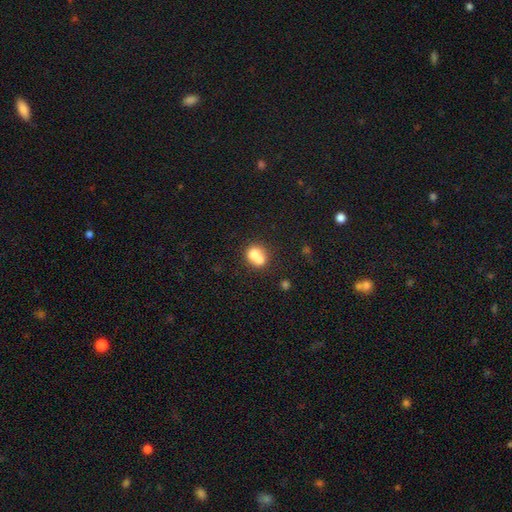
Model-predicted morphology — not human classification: A smooth galaxy with no disk features (68%) that is round (74%).

Vote fractions:
- Smooth or featured? smooth: 68% / featured or disk: 22% / star or artifact: 10%
- How rounded? round: 74% / in between: 25% / cigar-shaped: 1%
- Merging? merger: 65% / none: 26% / minor disturbance: 6% / major disturbance: 3%